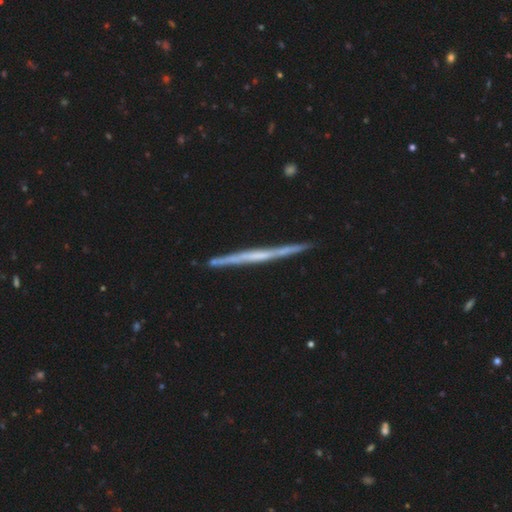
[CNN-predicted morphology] type=featured or disk (71%); edge-on=yes (98%); edge-on bulge=none (77%); merging=none (90%).